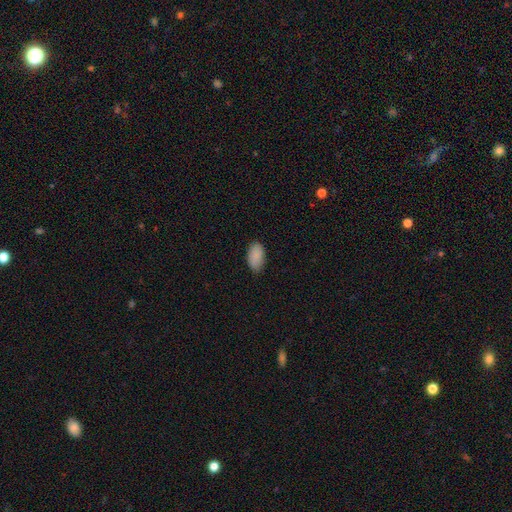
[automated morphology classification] Q: Smooth or featured?
A: smooth (89%); runner-up: star or artifact (7%)
Q: How rounded?
A: in between (94%); runner-up: round (4%)
Q: Merging?
A: none (81%); runner-up: minor disturbance (16%)